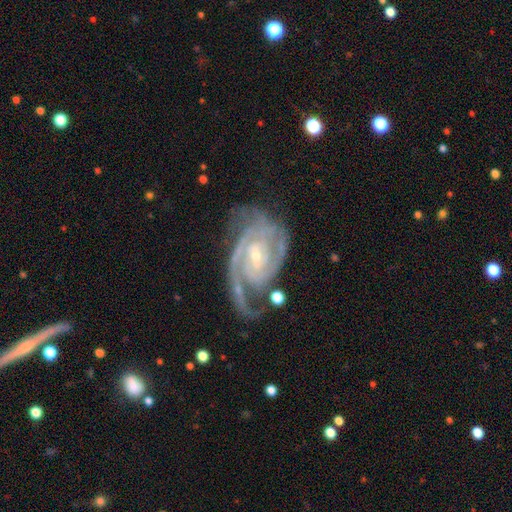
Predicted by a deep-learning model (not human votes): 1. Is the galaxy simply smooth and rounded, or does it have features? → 92% featured or disk, 5% star or artifact, 3% smooth.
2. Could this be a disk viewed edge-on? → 97% no, 3% yes.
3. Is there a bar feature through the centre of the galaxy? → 43% no, 39% weak, 18% strong.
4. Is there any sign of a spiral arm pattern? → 98% yes, 2% no.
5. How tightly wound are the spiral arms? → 58% tight, 36% medium, 6% loose.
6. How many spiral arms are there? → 54% 2, 21% 3, 11% can't tell, 5% 4, 5% 1, 4% more than 4.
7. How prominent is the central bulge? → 75% small, 21% moderate, 2% none, 1% large, 1% dominant.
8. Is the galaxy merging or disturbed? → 55% none, 23% minor disturbance, 17% major disturbance, 5% merger.